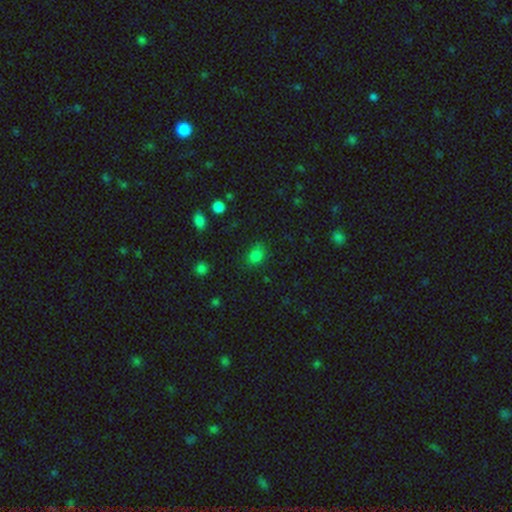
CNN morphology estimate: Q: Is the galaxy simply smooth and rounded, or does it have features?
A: smooth — 79%.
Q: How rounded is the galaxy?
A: round — 51%.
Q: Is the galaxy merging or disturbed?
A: none — 74%.